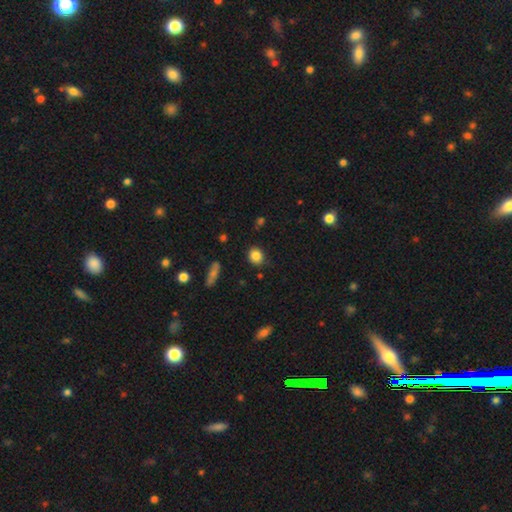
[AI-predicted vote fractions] Smooth or featured? Predicted: smooth (p=0.84). How rounded? Predicted: round (p=0.73). Merging? Predicted: none (p=0.82).